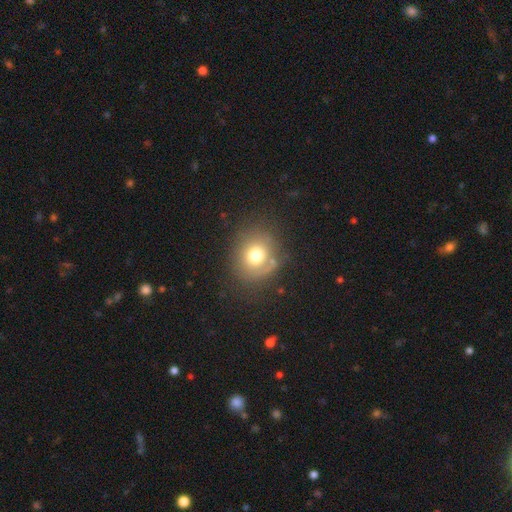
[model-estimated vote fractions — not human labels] smooth 68%, featured or disk 19%, star or artifact 13%. Down the decision tree: how rounded — round (78%); merging — none (69%).